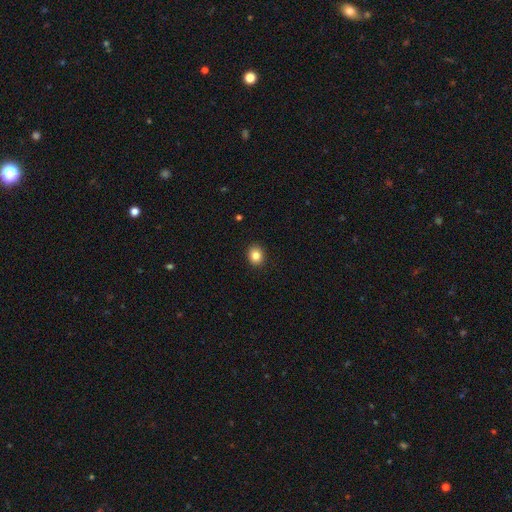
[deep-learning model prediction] Smooth or featured?
  - smooth: 84% *
  - star or artifact: 10%
  - featured or disk: 6%
How rounded?
  - round: 64% *
  - in between: 36%
  - cigar-shaped: 1%
Merging?
  - none: 91% *
  - minor disturbance: 6%
  - major disturbance: 2%
  - merger: 1%